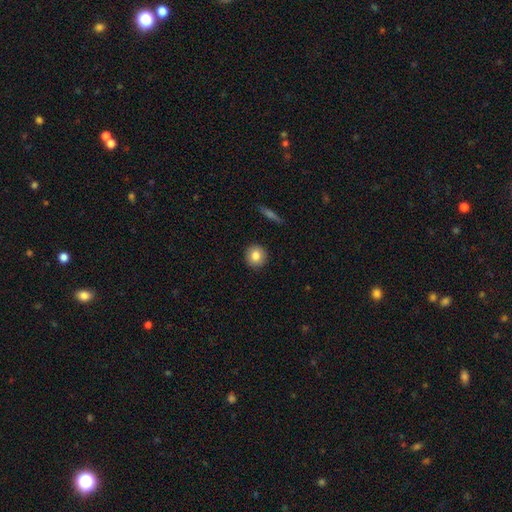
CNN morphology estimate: Smooth or featured? smooth (82%)
How rounded? round (93%)
Merging? none (91%)